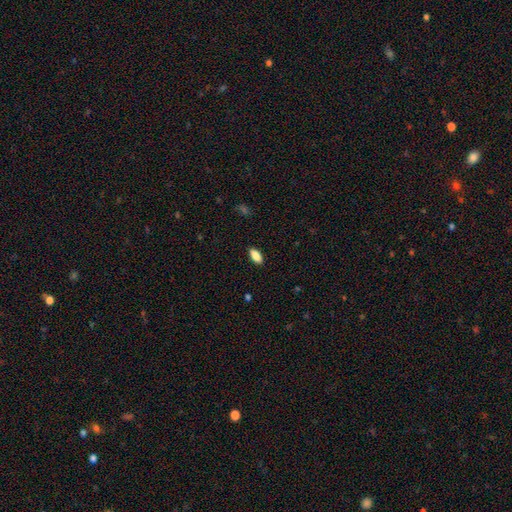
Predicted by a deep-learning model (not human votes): A smooth galaxy with no disk features (87%) that is in between round and cigar-shaped (88%). Merging: none (89%).